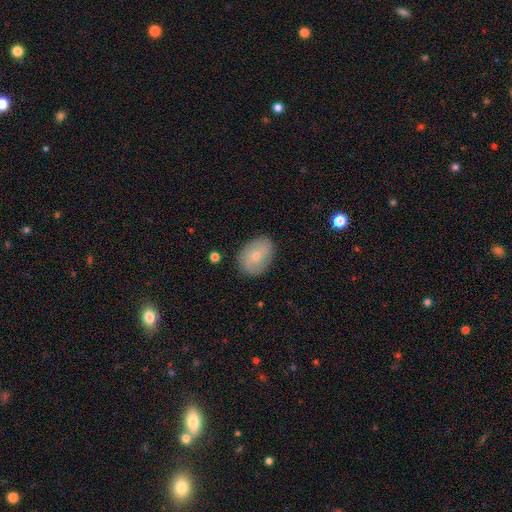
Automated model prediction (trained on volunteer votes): Smooth or featured?
  - smooth: 70% *
  - featured or disk: 22%
  - star or artifact: 8%
How rounded?
  - in between: 74% *
  - round: 25%
  - cigar-shaped: 1%
Merging?
  - none: 84% *
  - minor disturbance: 12%
  - major disturbance: 3%
  - merger: 1%